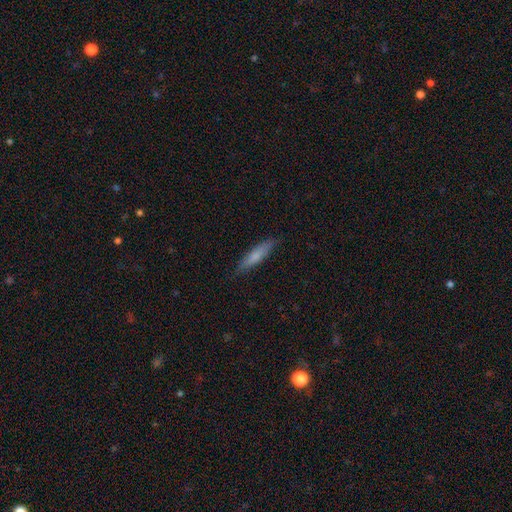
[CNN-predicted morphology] A smooth galaxy with no disk features (72%) that is cigar-shaped (82%).

Vote fractions:
- Smooth or featured? smooth: 72% / featured or disk: 22% / star or artifact: 6%
- How rounded? cigar-shaped: 82% / in between: 16% / round: 1%
- Merging? none: 85% / minor disturbance: 12% / major disturbance: 2% / merger: 1%